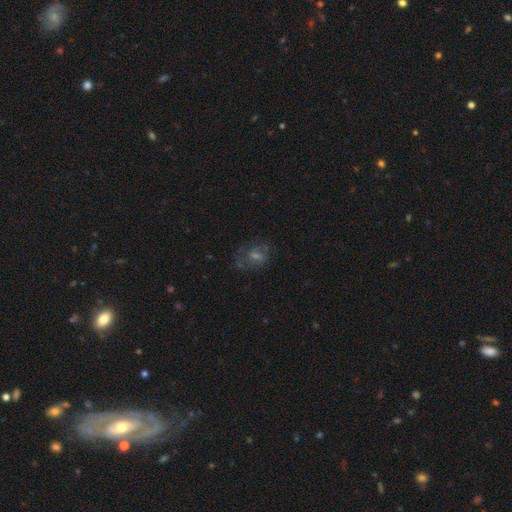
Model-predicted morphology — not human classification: This is marginally a featured or disk galaxy (45%). Merging: likely none (64%).